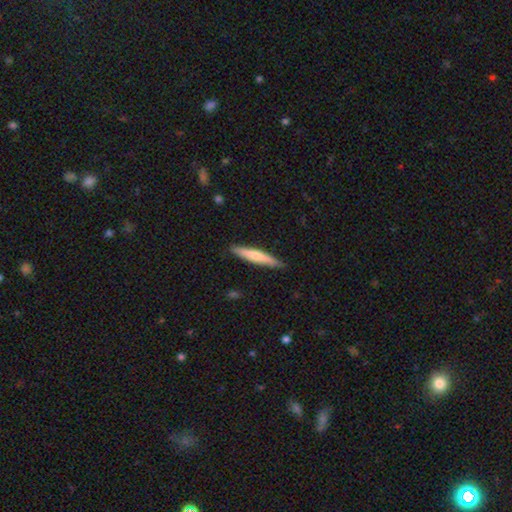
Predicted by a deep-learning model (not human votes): Smooth or featured?
  - smooth: 63% *
  - featured or disk: 32%
  - star or artifact: 5%
How rounded?
  - cigar-shaped: 92% *
  - in between: 6%
  - round: 1%
Merging?
  - none: 88% *
  - minor disturbance: 10%
  - major disturbance: 2%
  - merger: 1%